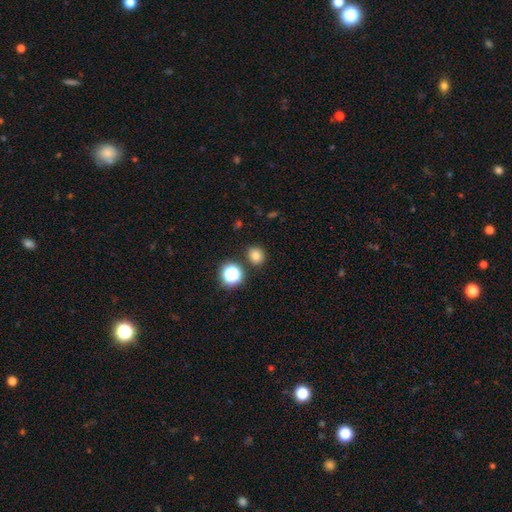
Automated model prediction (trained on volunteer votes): Smooth or featured?
  - smooth: 78% *
  - star or artifact: 17%
  - featured or disk: 5%
How rounded?
  - round: 80% *
  - in between: 19%
  - cigar-shaped: 1%
Merging?
  - none: 85% *
  - minor disturbance: 8%
  - merger: 4%
  - major disturbance: 3%